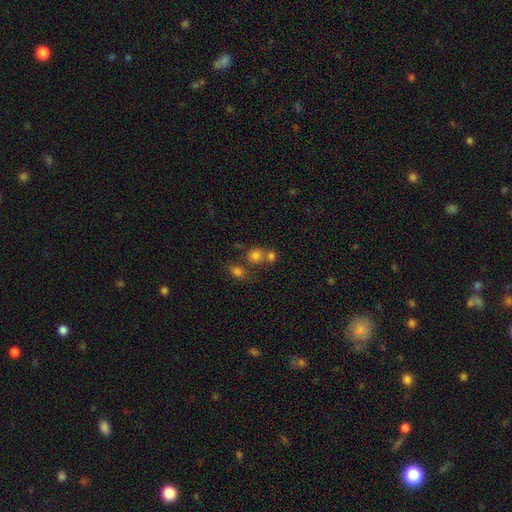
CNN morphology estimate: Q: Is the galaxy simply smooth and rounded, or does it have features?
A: smooth — 74%.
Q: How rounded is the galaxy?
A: round — 81%.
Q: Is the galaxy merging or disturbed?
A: none — 51%.